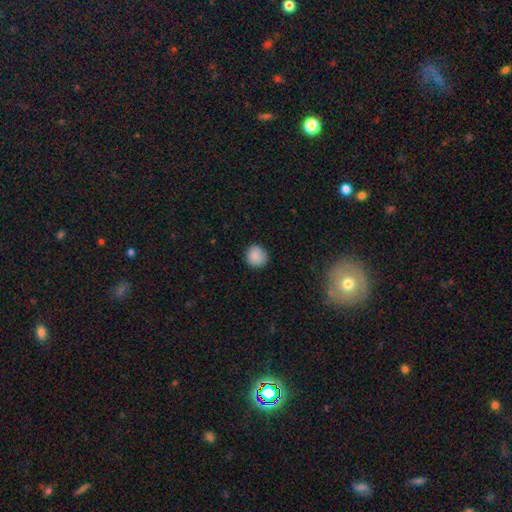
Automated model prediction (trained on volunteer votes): Morphology: type=smooth (87%); roundness=round (92%); merging=none (87%).